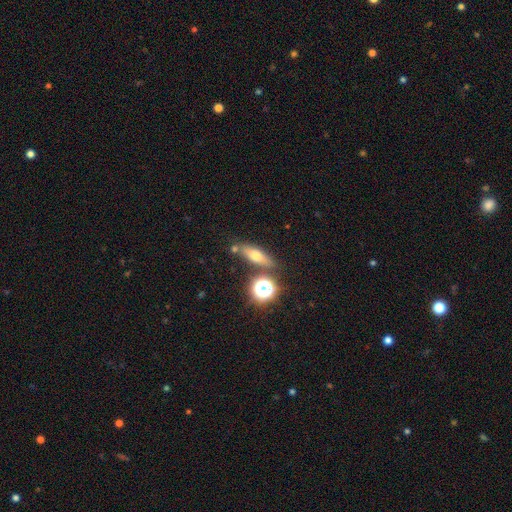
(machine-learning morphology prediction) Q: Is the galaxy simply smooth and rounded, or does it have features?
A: smooth — 47%.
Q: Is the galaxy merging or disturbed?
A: none — 75%.